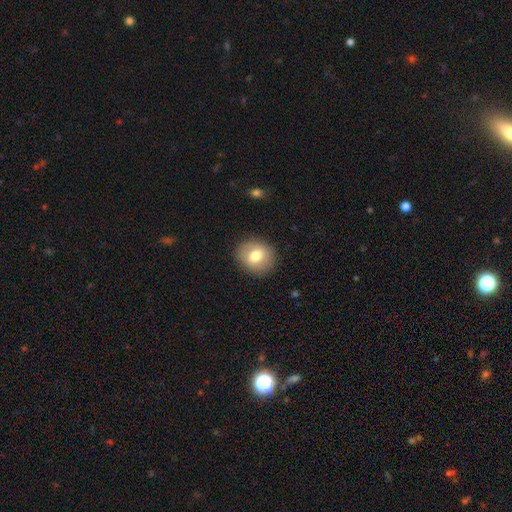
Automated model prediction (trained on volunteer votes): Q: Smooth or featured?
A: smooth (74%); runner-up: featured or disk (18%)
Q: How rounded?
A: round (73%); runner-up: in between (26%)
Q: Merging?
A: none (88%); runner-up: minor disturbance (8%)